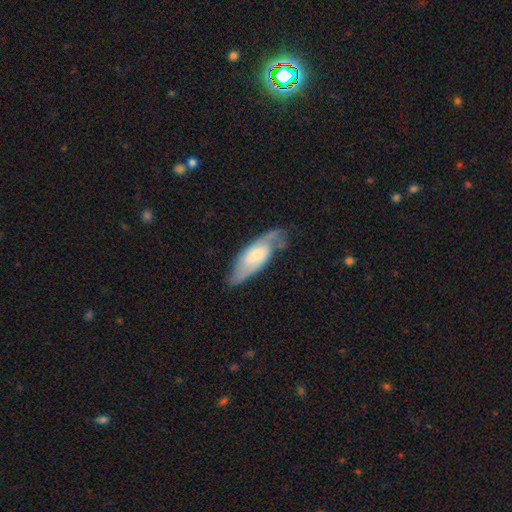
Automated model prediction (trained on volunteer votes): Smooth or featured: featured or disk — 71% (smooth — 23%)
Edge-on disk: no — 84% (yes — 16%)
Bar: no — 54% (weak — 37%)
Spiral arms: yes — 92% (no — 8%)
Spiral winding: medium — 47% (tight — 29%)
Spiral arm count: 2 — 76% (can't tell — 14%)
Bulge size: moderate — 43% (small — 37%)
Merging: none — 67% (minor disturbance — 23%)